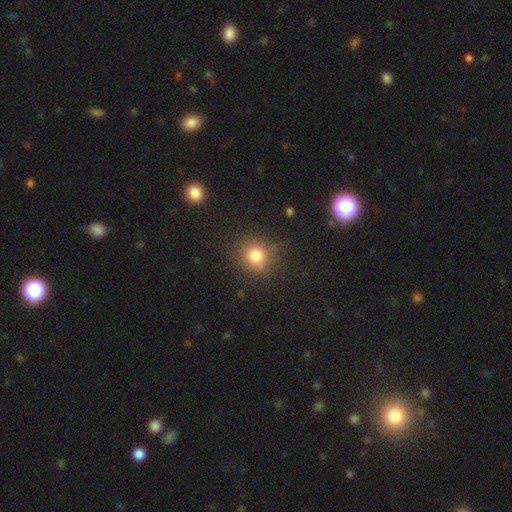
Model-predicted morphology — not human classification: This appears to be a smooth galaxy with no disk features (80%) that is round (85%). Merging: none (78%).